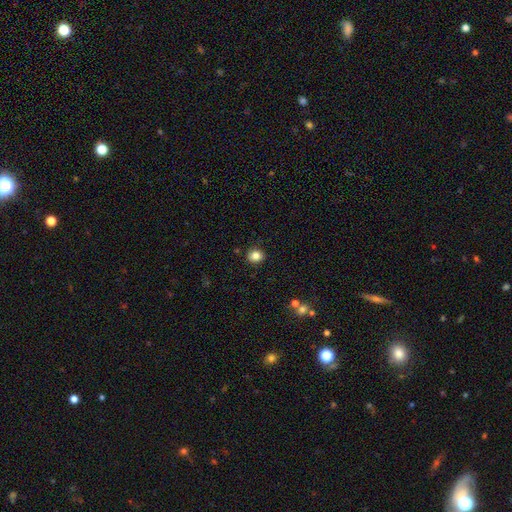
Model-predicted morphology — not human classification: Q: Smooth or featured?
A: smooth (83%); runner-up: star or artifact (11%)
Q: How rounded?
A: round (76%); runner-up: in between (23%)
Q: Merging?
A: none (88%); runner-up: minor disturbance (8%)